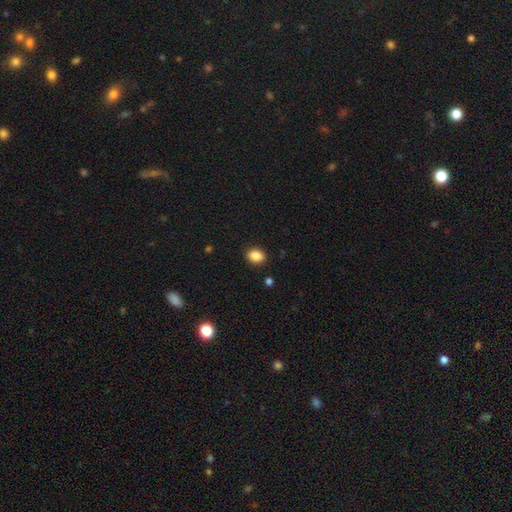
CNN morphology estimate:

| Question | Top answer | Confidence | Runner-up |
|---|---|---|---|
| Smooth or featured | smooth | 88% | star or artifact (9%) |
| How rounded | in between | 69% | round (30%) |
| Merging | none | 90% | minor disturbance (7%) |